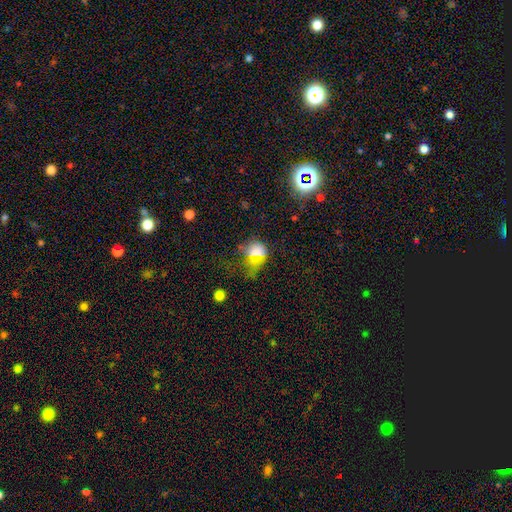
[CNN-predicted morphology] smooth-or-featured: smooth: 65% | star or artifact: 21% | featured or disk: 14%
  how-rounded: round: 60% | in between: 38% | cigar-shaped: 2%
  merging: none: 44% | major disturbance: 25% | minor disturbance: 23% | merger: 8%